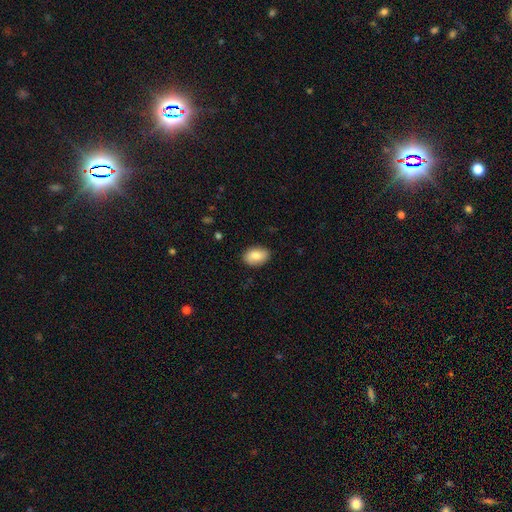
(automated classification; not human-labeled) The model was most divided on "smooth or featured": smooth: 81%, featured or disk: 12%, star or artifact: 7%. More confident: how rounded — in between (87%); merging — none (83%).